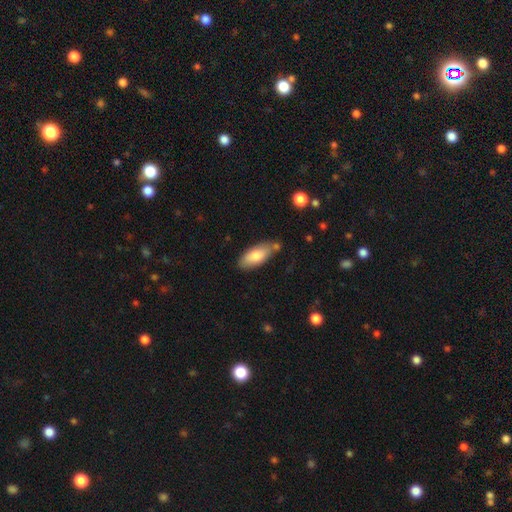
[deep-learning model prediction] A smooth galaxy with no disk features (78%) that is in between round and cigar-shaped (82%). Merging: none (69%).